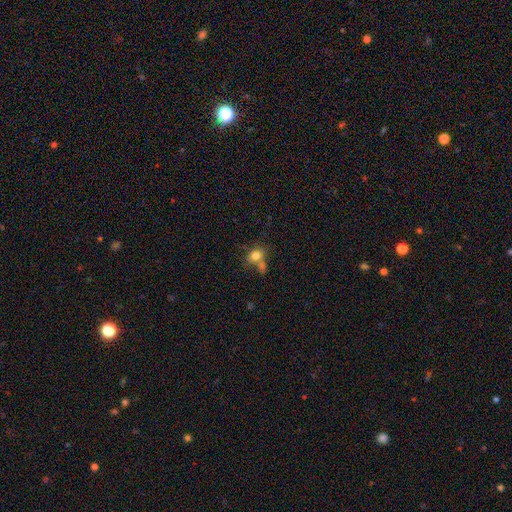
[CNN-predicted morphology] smooth-or-featured: smooth: 76% | featured or disk: 13% | star or artifact: 11%
  how-rounded: in between: 49% (tied) | round: 49% (tied) | cigar-shaped: 2%
  merging: none: 43% | merger: 33% | minor disturbance: 16% | major disturbance: 8%